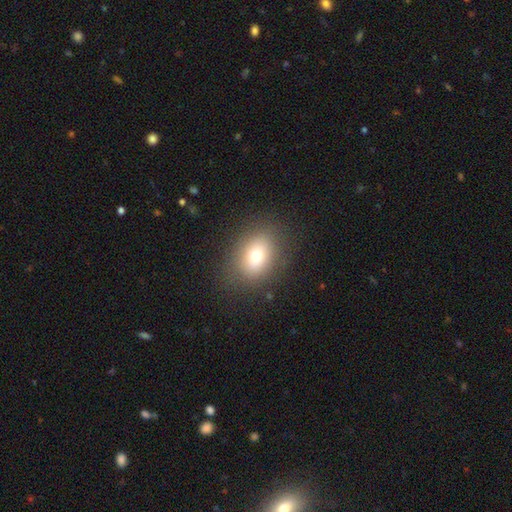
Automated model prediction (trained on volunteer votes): Smooth or featured? Predicted: smooth (p=0.72). How rounded? Predicted: in between (p=0.53). Merging? Predicted: none (p=0.84).